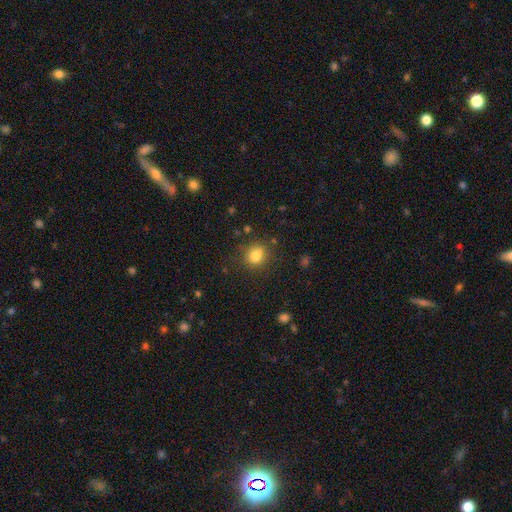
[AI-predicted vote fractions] smooth_or_featured: smooth (p=0.79) [alt: star or artifact p=0.13]
how_rounded: round (p=0.73) [alt: in between p=0.25]
merging: none (p=0.77) [alt: minor disturbance p=0.14]